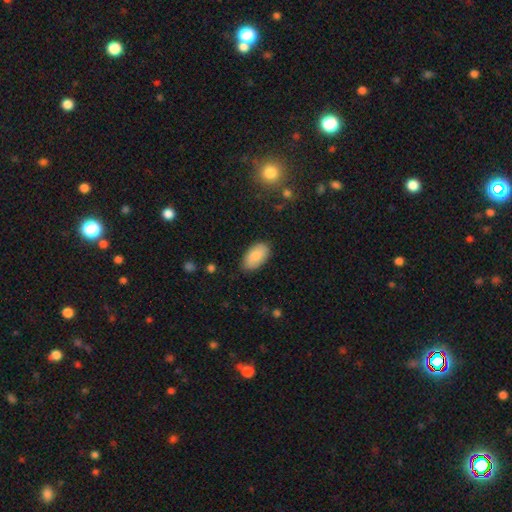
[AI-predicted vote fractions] Q: Smooth or featured?
A: smooth (82%); runner-up: featured or disk (12%)
Q: How rounded?
A: in between (95%); runner-up: round (4%)
Q: Merging?
A: none (84%); runner-up: minor disturbance (13%)